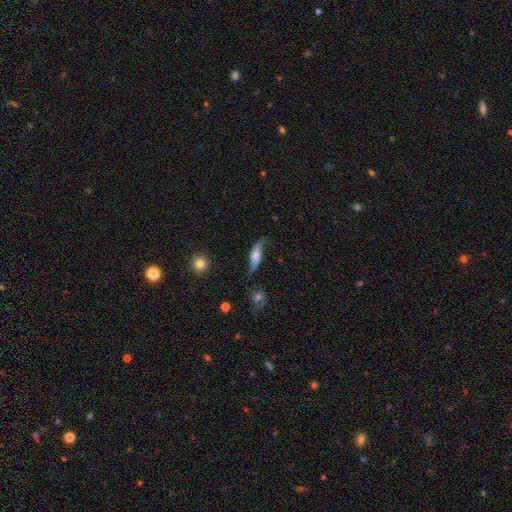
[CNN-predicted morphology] This appears to be a featured or disk galaxy (60%). Merging: none (58%).